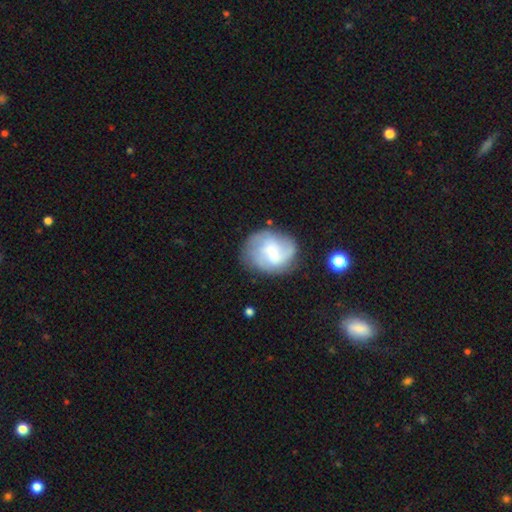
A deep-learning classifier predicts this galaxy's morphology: Smooth or featured? Predicted: featured or disk (p=0.57). Edge-on disk? Predicted: no (p=0.97). Bar? Predicted: weak (p=0.51). Spiral arms? Predicted: yes (p=0.80). Bulge size? Predicted: small (p=0.39). Merging? Predicted: none (p=0.63).